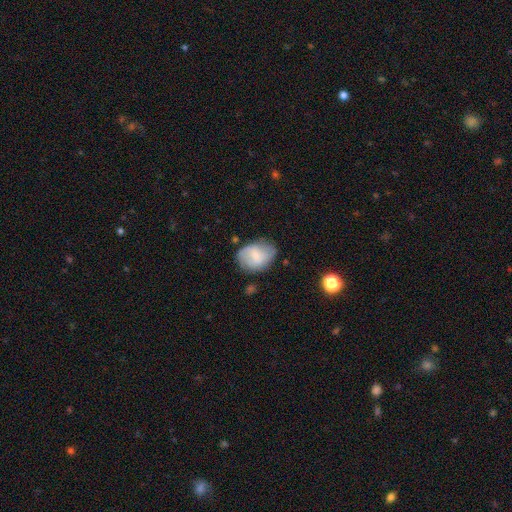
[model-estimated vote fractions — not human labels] Morphology: type=smooth (61%); roundness=in between (74%); merging=none (62%).